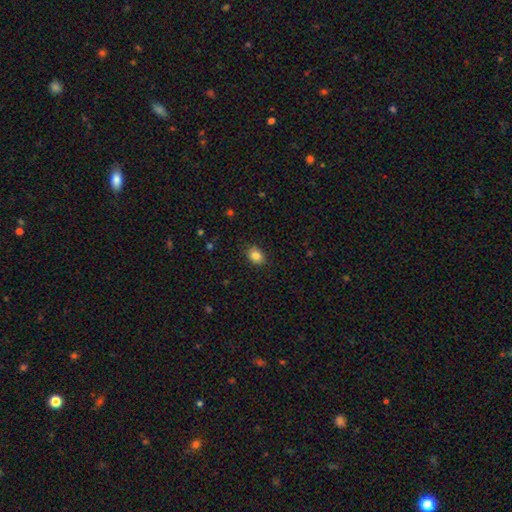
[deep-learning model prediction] Smooth or featured: smooth — 84% (star or artifact — 10%)
How rounded: in between — 66% (round — 33%)
Merging: none — 85% (minor disturbance — 11%)